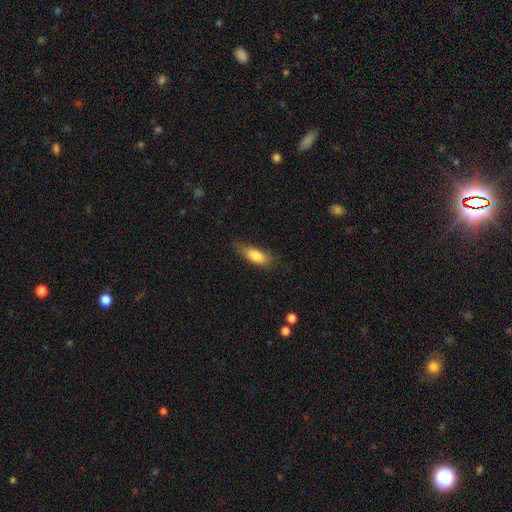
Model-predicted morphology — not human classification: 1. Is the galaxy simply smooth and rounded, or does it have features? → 81% smooth, 13% featured or disk, 7% star or artifact.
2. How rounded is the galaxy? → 69% in between, 29% cigar-shaped, 3% round.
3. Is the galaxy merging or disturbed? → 61% none, 29% minor disturbance, 8% major disturbance, 2% merger.